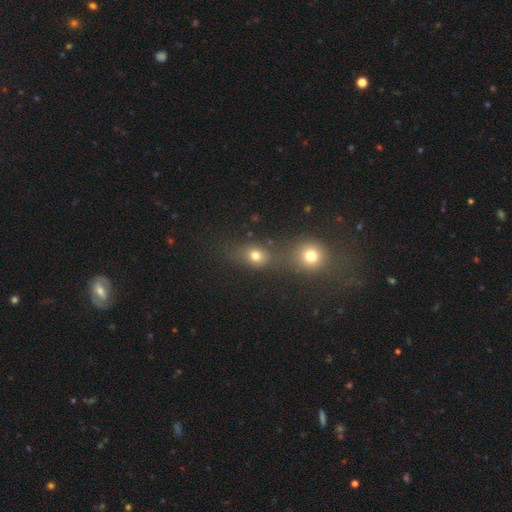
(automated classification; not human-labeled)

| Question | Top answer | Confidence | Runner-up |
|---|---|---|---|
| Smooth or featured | smooth | 74% | star or artifact (17%) |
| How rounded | round | 62% | in between (37%) |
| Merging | none | 49% | merger (38%) |